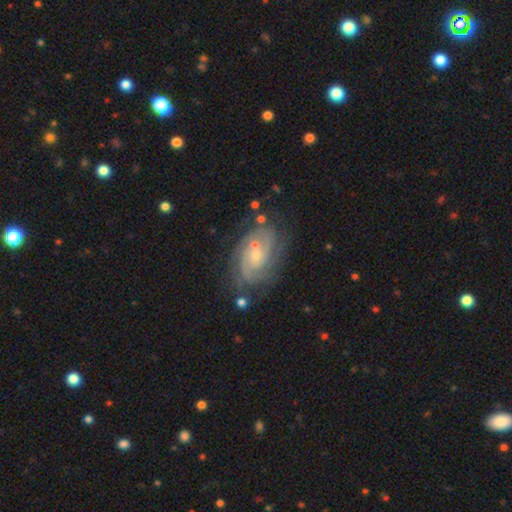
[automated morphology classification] featured or disk 73%, smooth 15%, star or artifact 11%. Down the decision tree: edge-on disk — no (95%); bar — no (56%); spiral arms — yes (92%); spiral arm count — 2 (35%, tied with can't tell); spiral winding — tight (55%); bulge size — small (57%); merging — none (77%).